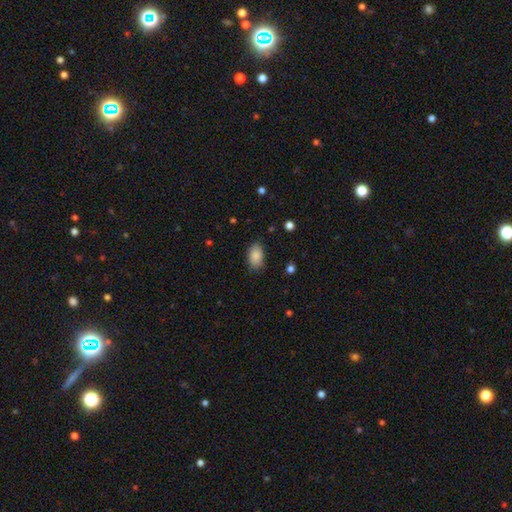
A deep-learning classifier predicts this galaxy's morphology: smooth-or-featured: smooth: 86% | star or artifact: 8% | featured or disk: 6%
  how-rounded: in between: 91% | round: 8% | cigar-shaped: 2%
  merging: none: 79% | minor disturbance: 16% | major disturbance: 3% | merger: 1%